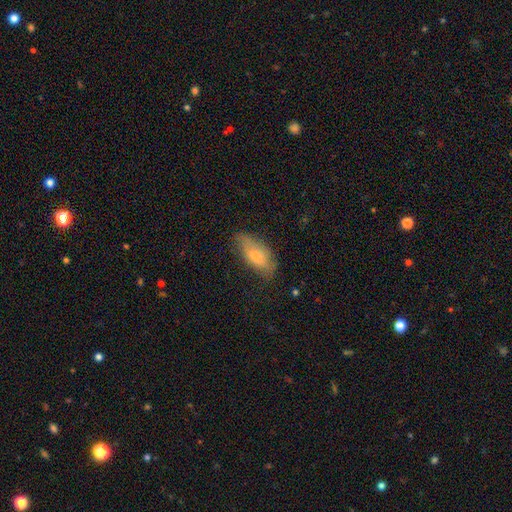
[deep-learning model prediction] Overall: smooth (68%). How rounded: in between (82%). Merging: none (64%; minor disturbance 27%).